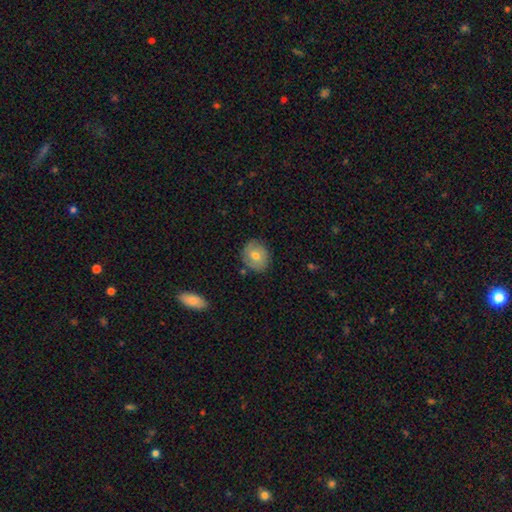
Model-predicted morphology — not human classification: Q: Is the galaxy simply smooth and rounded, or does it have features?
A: smooth — 69%.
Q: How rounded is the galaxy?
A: round — 68%.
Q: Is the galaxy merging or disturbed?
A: none — 79%.